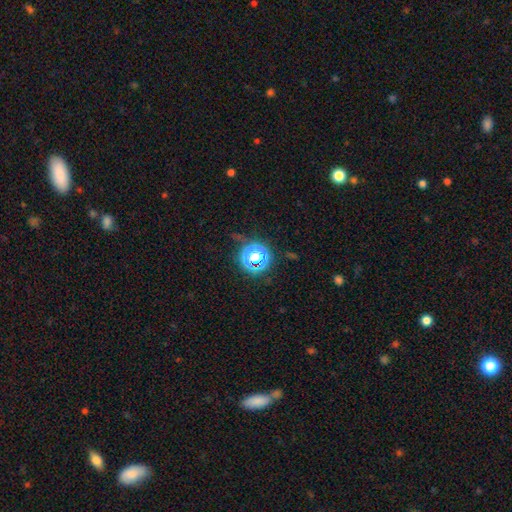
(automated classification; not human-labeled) Morphology: type=star or artifact (67%).